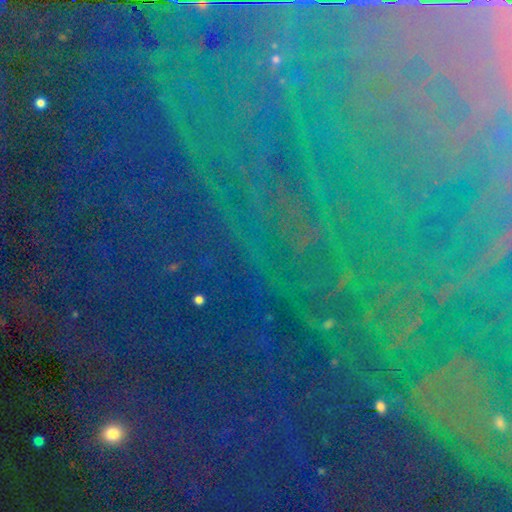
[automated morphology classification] Overall: star or artifact (81%).